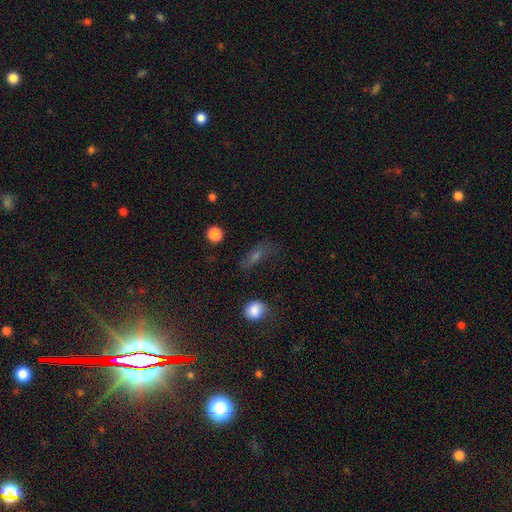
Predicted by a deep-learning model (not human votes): This appears to be a smooth galaxy with no disk features (50%). Merging: none (54%).